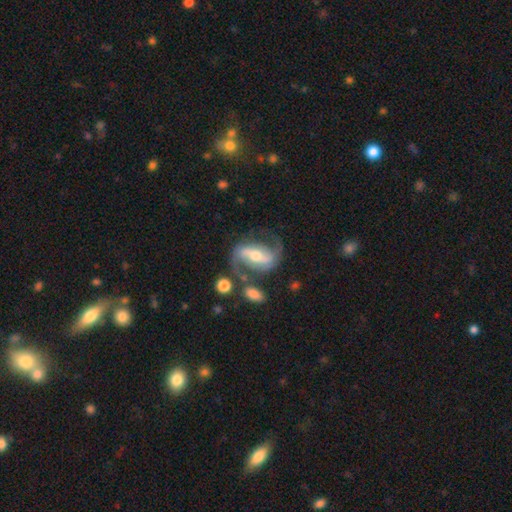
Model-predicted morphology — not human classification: smooth_or_featured: featured or disk (p=0.86) [alt: smooth p=0.09]
disk_edge_on: no (p=0.96) [alt: yes p=0.04]
bar: strong (p=0.56) [alt: weak p=0.29]
has_spiral_arms: yes (p=0.94) [alt: no p=0.06]
spiral_winding: medium (p=0.47) [alt: loose p=0.38]
spiral_arm_count: 2 (p=0.90) [alt: 1 p=0.03]
bulge_size: moderate (p=0.60) [alt: small p=0.31]
merging: none (p=0.66) [alt: minor disturbance p=0.15]